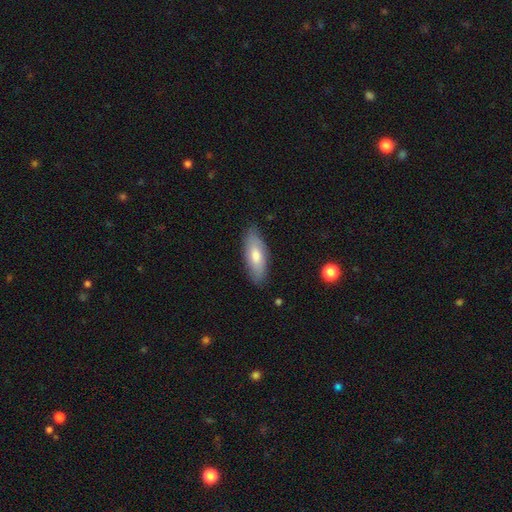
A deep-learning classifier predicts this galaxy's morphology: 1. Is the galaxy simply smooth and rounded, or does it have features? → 68% smooth, 26% featured or disk, 6% star or artifact.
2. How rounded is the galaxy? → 74% in between, 24% cigar-shaped, 2% round.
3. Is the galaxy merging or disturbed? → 83% none, 13% minor disturbance, 2% major disturbance, 1% merger.